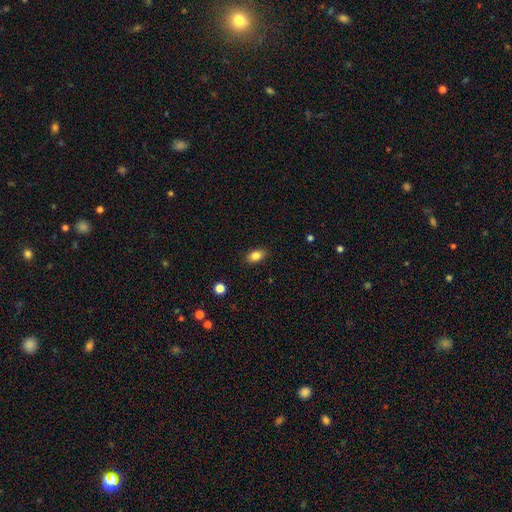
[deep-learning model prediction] Smooth or featured? smooth (84%)
How rounded? in between (87%)
Merging? none (87%)